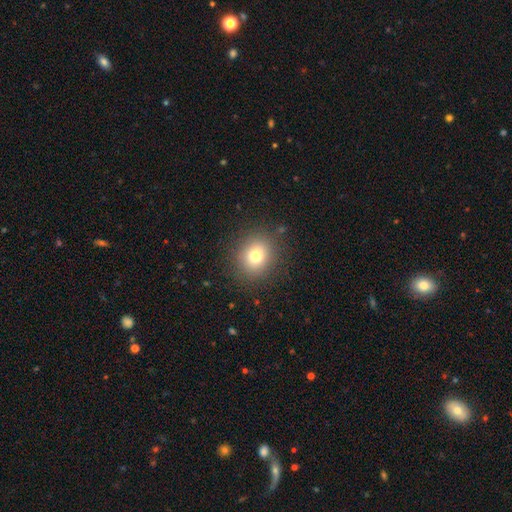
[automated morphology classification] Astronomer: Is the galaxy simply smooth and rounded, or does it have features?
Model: smooth — 75%.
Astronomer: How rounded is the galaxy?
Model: round — 80%.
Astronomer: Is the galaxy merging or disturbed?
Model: none — 88%.